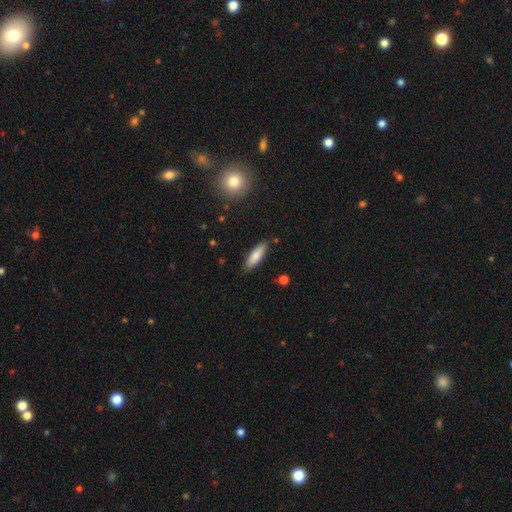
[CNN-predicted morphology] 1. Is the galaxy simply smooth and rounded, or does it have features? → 81% smooth, 13% featured or disk, 6% star or artifact.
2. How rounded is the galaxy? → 53% cigar-shaped, 45% in between, 2% round.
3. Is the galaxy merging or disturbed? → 85% none, 11% minor disturbance, 2% major disturbance, 2% merger.